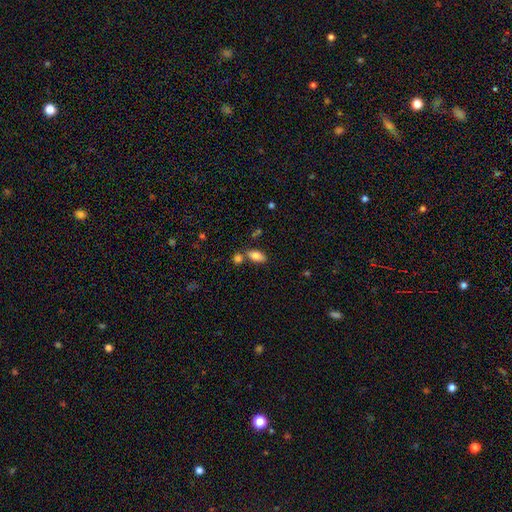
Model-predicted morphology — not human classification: Overall: smooth (84%). How rounded: in between (90%). Merging: none (67%).